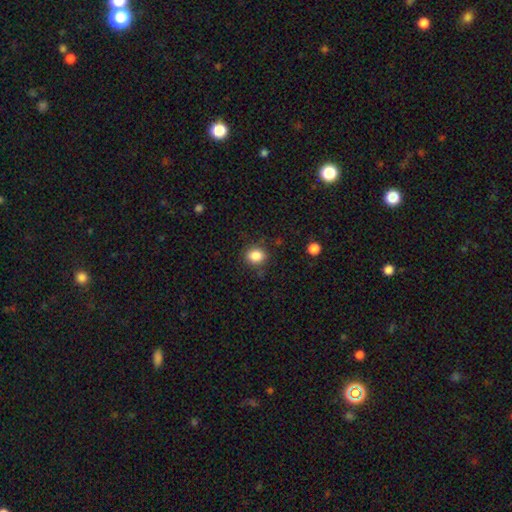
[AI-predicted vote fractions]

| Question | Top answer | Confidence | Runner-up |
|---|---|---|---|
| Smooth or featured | smooth | 85% | star or artifact (10%) |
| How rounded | round | 61% | in between (38%) |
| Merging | none | 82% | minor disturbance (13%) |